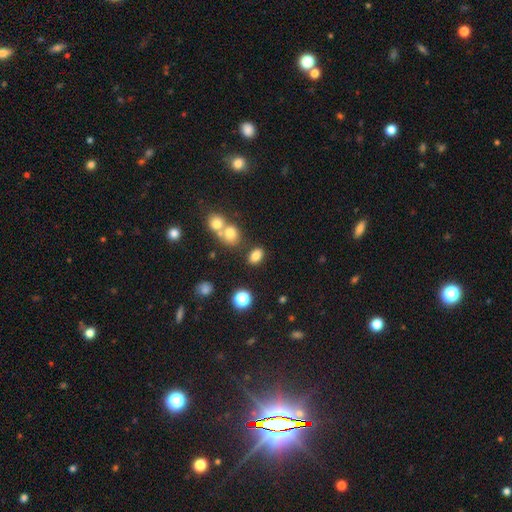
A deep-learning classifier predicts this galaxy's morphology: smooth_or_featured: smooth (p=0.80) [alt: star or artifact p=0.13]
how_rounded: in between (p=0.82) [alt: round p=0.16]
merging: none (p=0.75) [alt: merger p=0.11]